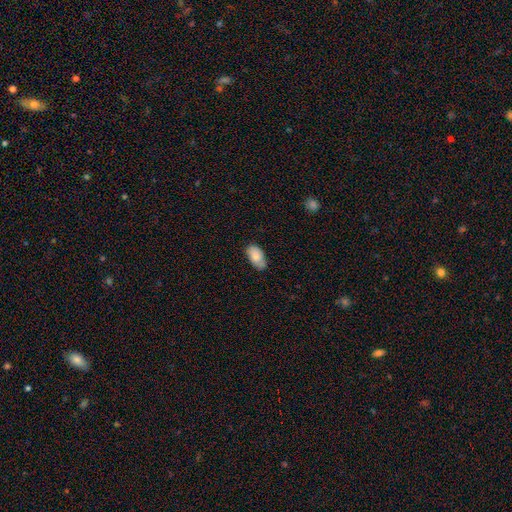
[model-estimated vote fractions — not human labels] smooth 83%, featured or disk 11%, star or artifact 6%. Down the decision tree: how rounded — in between (95%); merging — none (74%).